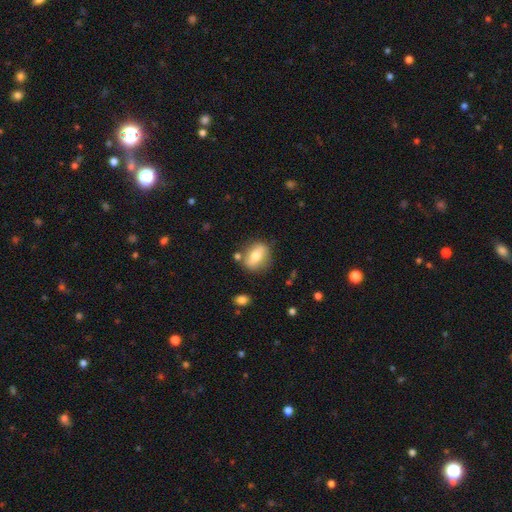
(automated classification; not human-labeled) A smooth galaxy with no disk features (63%) that is in between round and cigar-shaped (64%). Merging: none (75%).